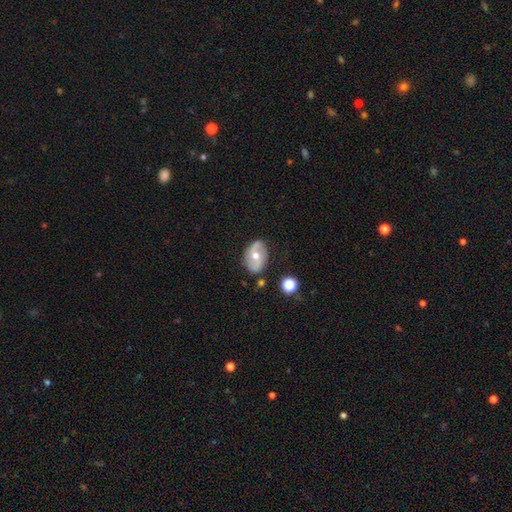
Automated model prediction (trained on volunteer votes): Morphology: type=featured or disk (55%); edge-on=no (94%); bar=no (58%); spiral arms=yes (66%); bulge=moderate (74%); merging=none (74%).